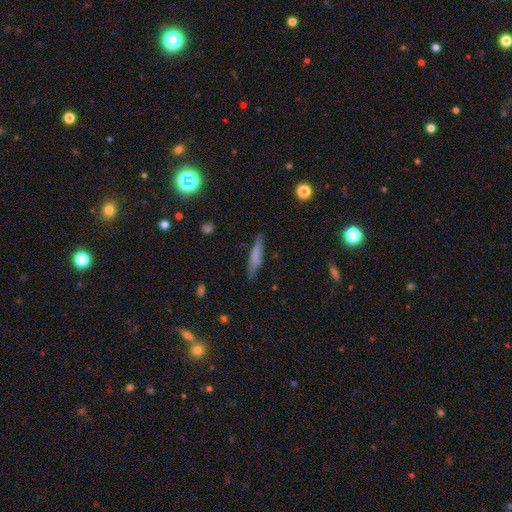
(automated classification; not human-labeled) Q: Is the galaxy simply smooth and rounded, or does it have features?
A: smooth — 68%.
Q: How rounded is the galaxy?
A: cigar-shaped — 86%.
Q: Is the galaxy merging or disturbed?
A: none — 82%.